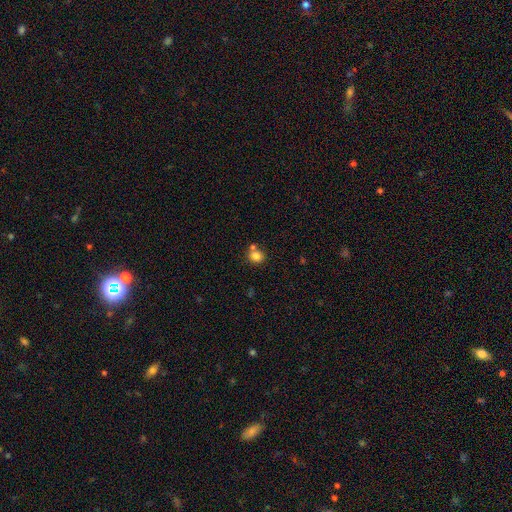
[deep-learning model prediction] Smooth or featured?
  - smooth: 82% *
  - star or artifact: 11%
  - featured or disk: 7%
How rounded?
  - round: 72% *
  - in between: 27%
  - cigar-shaped: 1%
Merging?
  - none: 60% *
  - merger: 26%
  - minor disturbance: 10%
  - major disturbance: 3%